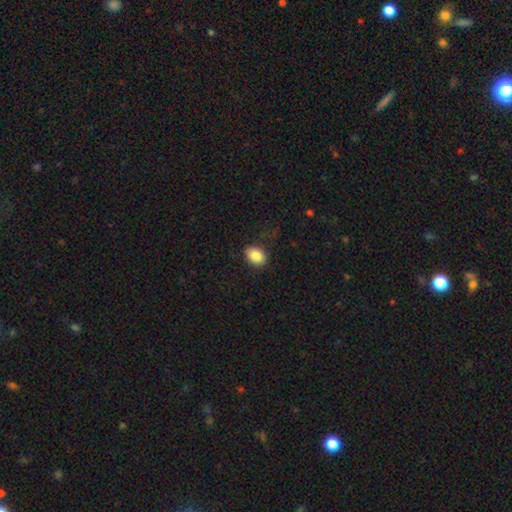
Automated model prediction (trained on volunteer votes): A smooth galaxy with no disk features (87%) that is in between round and cigar-shaped (69%). Merging: none (82%).